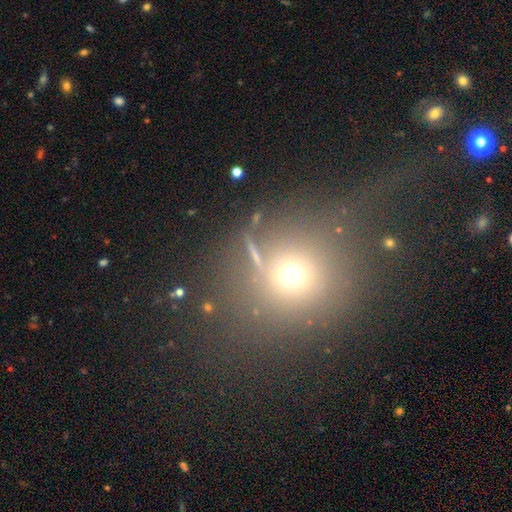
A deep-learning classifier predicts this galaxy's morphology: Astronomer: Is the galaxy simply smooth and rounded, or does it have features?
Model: smooth — 51% (runner-up: star or artifact, 31%).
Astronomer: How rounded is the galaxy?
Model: round — 71%.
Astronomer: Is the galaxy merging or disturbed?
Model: none — 79%.